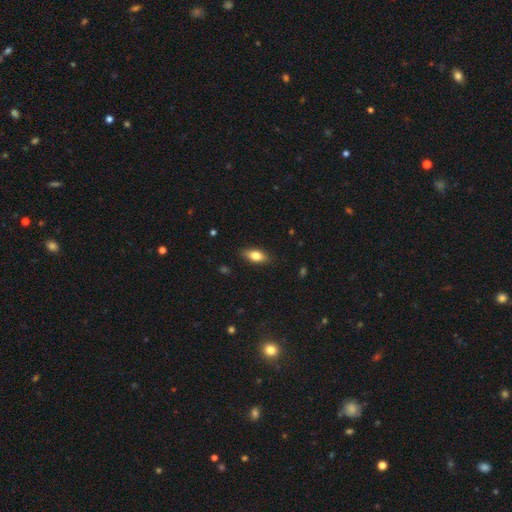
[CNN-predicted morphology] Smooth or featured? Predicted: smooth (p=0.73). How rounded? Predicted: in between (p=0.79). Merging? Predicted: none (p=0.85).